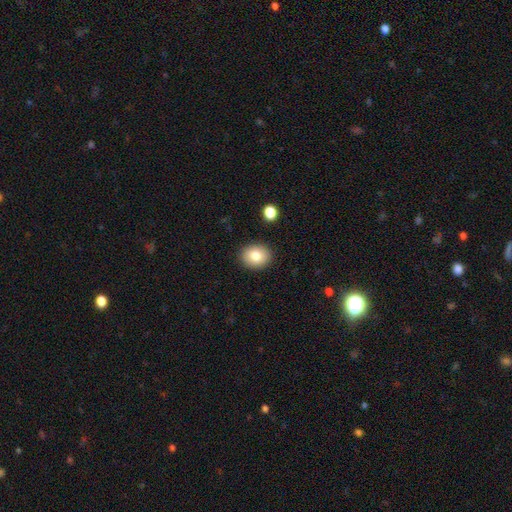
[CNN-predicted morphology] Smooth or featured: smooth — 81% (featured or disk — 10%)
How rounded: round — 55% (in between — 45%)
Merging: none — 89% (minor disturbance — 8%)